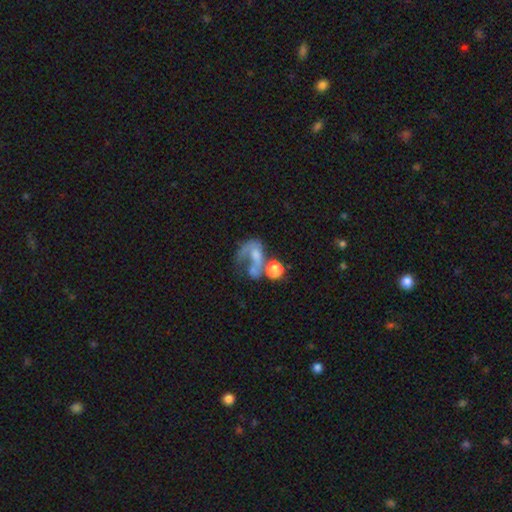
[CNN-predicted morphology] Smooth or featured?
  - featured or disk: 50% *
  - smooth: 34%
  - star or artifact: 16%
Merging?
  - merger: 36% *
  - major disturbance: 34%
  - none: 19%
  - minor disturbance: 10%